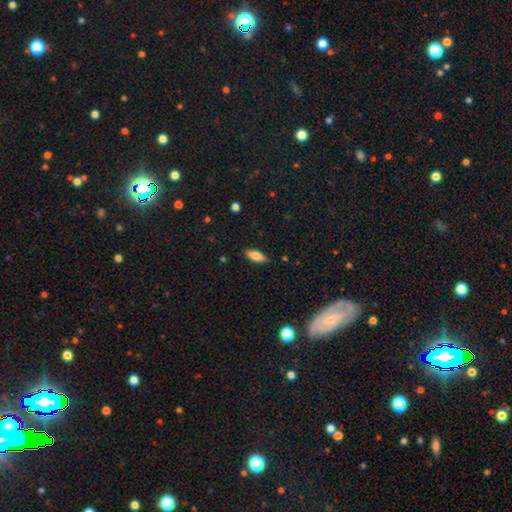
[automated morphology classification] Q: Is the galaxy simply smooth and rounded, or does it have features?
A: smooth — 78%.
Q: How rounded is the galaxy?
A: in between — 81%.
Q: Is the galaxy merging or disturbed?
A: none — 87%.